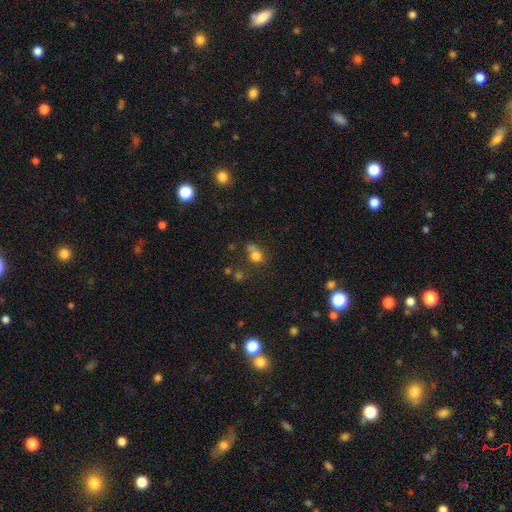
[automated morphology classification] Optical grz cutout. It shows a smooth galaxy with no disk features (76%) that is round (56%). Merging: none (41%).